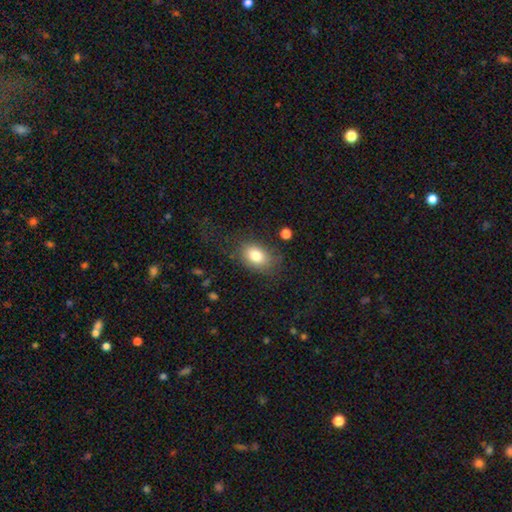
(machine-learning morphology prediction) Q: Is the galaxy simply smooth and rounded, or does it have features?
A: smooth — 81%.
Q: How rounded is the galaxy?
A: in between — 81%.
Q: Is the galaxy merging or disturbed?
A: none — 71%.